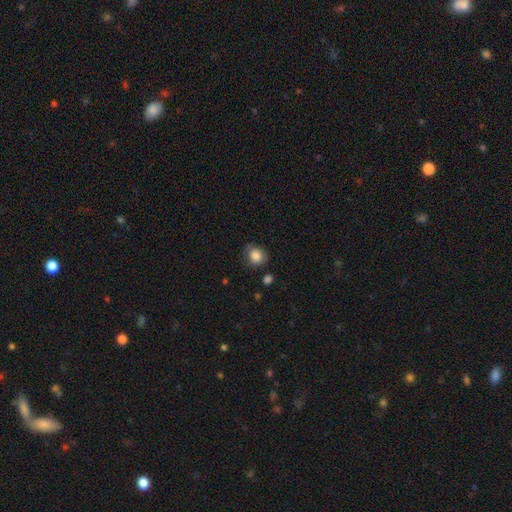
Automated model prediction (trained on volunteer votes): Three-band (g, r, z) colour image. It shows a smooth galaxy with no disk features (84%) that is round (70%). Merging: none (67%).